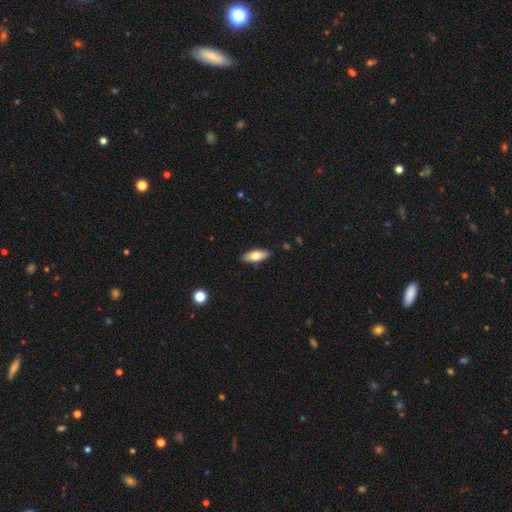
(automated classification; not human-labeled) A smooth galaxy with no disk features (71%) that is in between round and cigar-shaped (73%). Merging: none (88%).